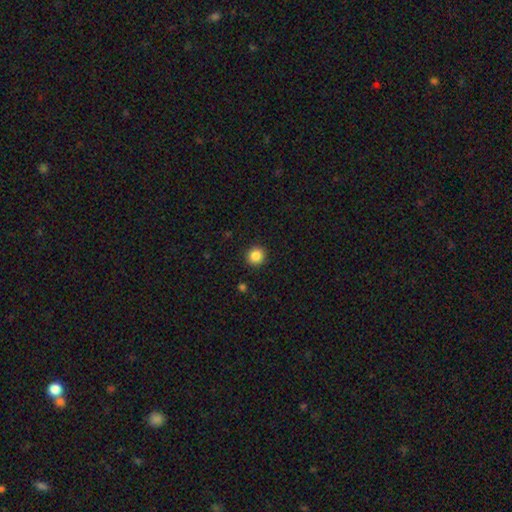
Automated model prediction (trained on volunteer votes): This is clearly a smooth galaxy (86%). How rounded: clearly round (92%). Merging: clearly none (92%).